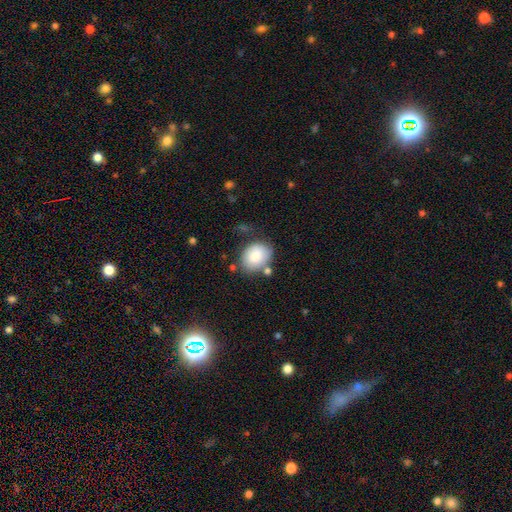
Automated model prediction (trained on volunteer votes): Smooth or featured?
  - smooth: 84% *
  - featured or disk: 9%
  - star or artifact: 7%
How rounded?
  - in between: 55% *
  - round: 44%
  - cigar-shaped: 1%
Merging?
  - none: 69% *
  - minor disturbance: 18%
  - merger: 8%
  - major disturbance: 6%